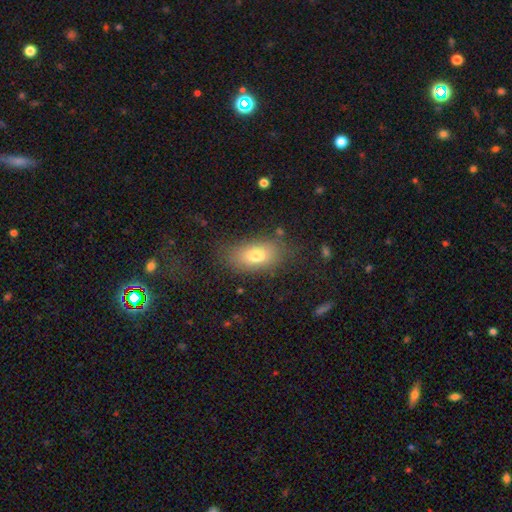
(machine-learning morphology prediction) smooth 74%, featured or disk 16%, star or artifact 10%. Down the decision tree: how rounded — in between (87%); merging — none (78%).